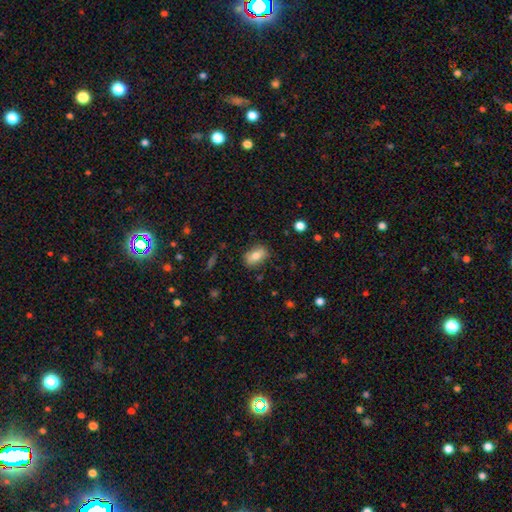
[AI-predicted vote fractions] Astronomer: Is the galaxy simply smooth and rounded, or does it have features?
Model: smooth — 75%.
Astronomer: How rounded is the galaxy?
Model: in between — 84%.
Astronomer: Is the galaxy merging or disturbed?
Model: none — 83%.